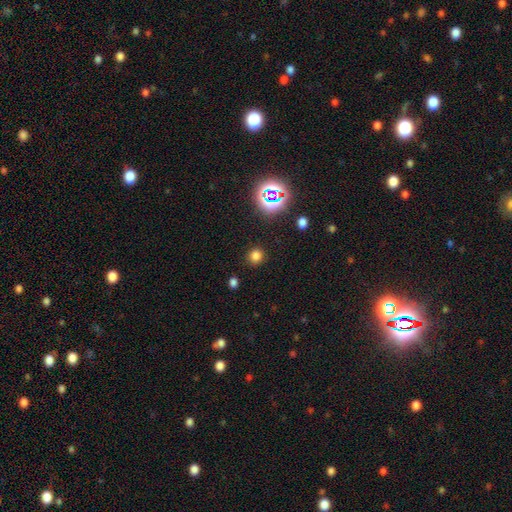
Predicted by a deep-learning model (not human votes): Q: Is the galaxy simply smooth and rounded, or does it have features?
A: smooth — 73%.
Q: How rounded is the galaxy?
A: round — 90%.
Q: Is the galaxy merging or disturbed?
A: none — 89%.